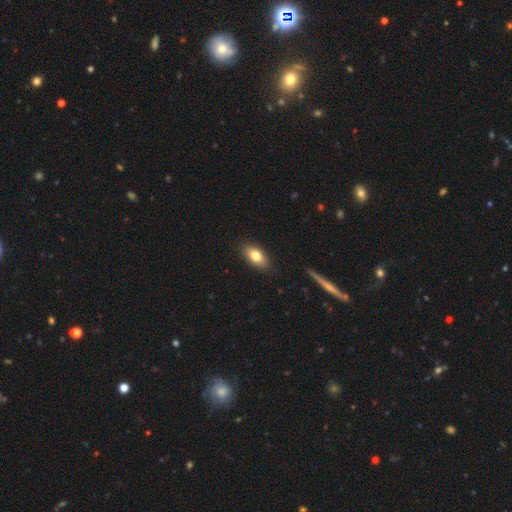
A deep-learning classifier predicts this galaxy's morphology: smooth 77%, featured or disk 15%, star or artifact 8%. Down the decision tree: how rounded — in between (89%); merging — none (87%).